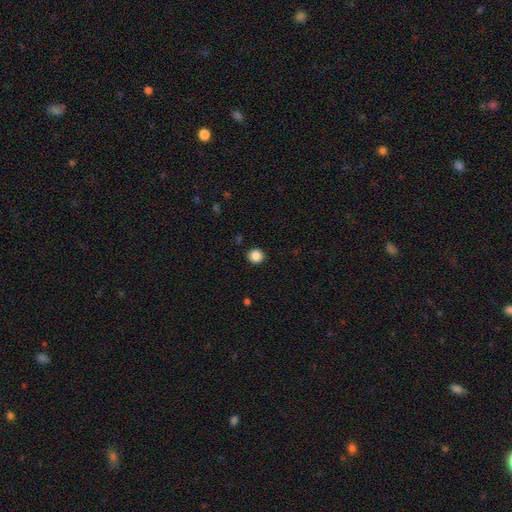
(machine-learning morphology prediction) A smooth galaxy with no disk features (87%) that is round (90%).

Vote fractions:
- Smooth or featured? smooth: 87% / star or artifact: 10% / featured or disk: 3%
- How rounded? round: 90% / in between: 9% / cigar-shaped: 1%
- Merging? none: 92% / minor disturbance: 5% / major disturbance: 2% / merger: 1%